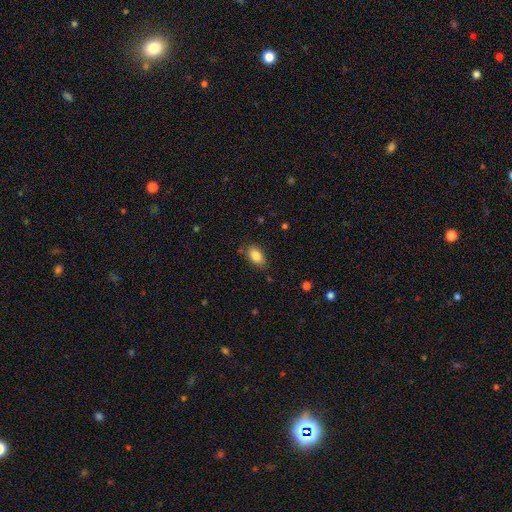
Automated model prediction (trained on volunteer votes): A smooth galaxy with no disk features (86%) that is in between round and cigar-shaped (89%). Merging: none (80%).